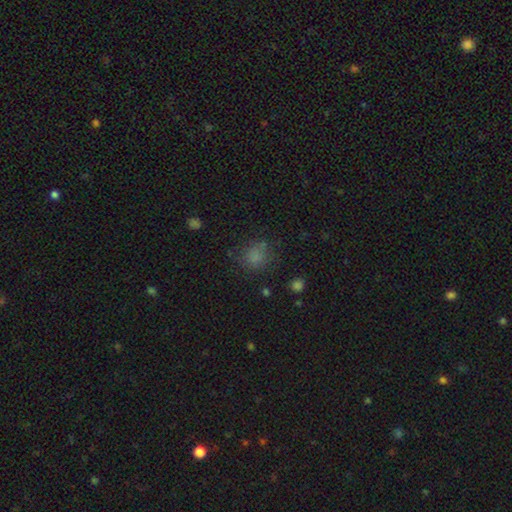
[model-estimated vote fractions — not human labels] Smooth or featured: smooth — 76% (star or artifact — 17%)
How rounded: round — 77% (in between — 22%)
Merging: none — 71% (minor disturbance — 17%)